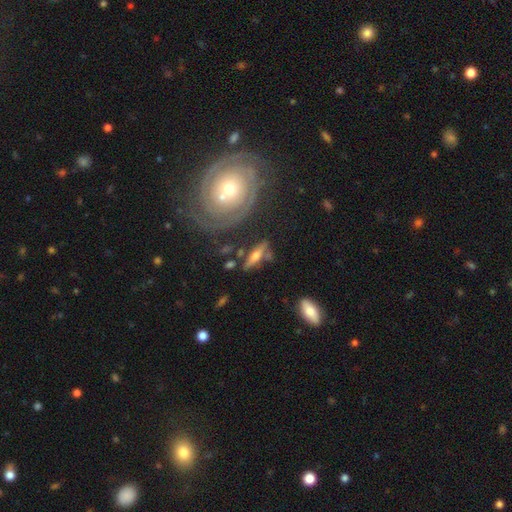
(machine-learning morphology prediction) smooth_or_featured: featured or disk (p=0.53) [alt: smooth p=0.39]
disk_edge_on: yes (p=0.80) [alt: no p=0.20]
merging: none (p=0.68) [alt: minor disturbance p=0.17]